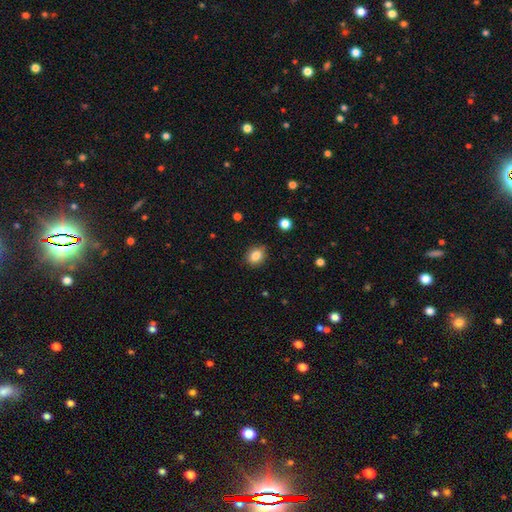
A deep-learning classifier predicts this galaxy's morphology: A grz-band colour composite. It shows a smooth galaxy with no disk features (83%) that is round (53%). Merging: none (83%).